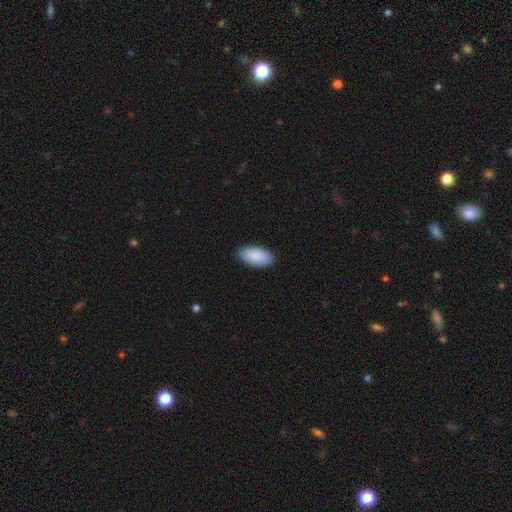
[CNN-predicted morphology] Smooth or featured: smooth — 89% (star or artifact — 6%)
How rounded: in between — 95% (cigar-shaped — 3%)
Merging: none — 88% (minor disturbance — 9%)